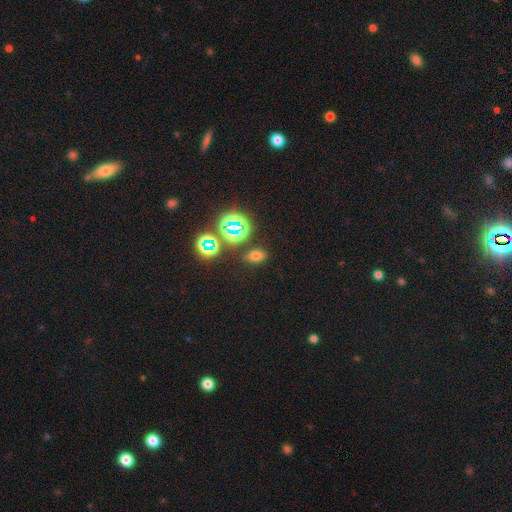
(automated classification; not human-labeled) Smooth or featured?
  - smooth: 60% *
  - star or artifact: 32%
  - featured or disk: 8%
How rounded?
  - in between: 76% *
  - round: 21%
  - cigar-shaped: 2%
Merging?
  - none: 83% *
  - minor disturbance: 10%
  - merger: 4%
  - major disturbance: 4%